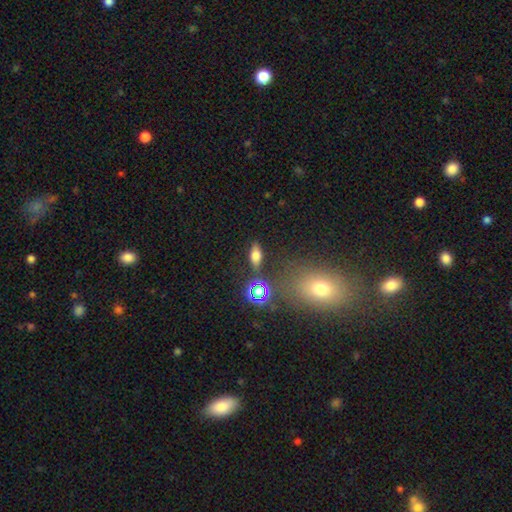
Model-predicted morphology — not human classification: The model was most divided on "smooth or featured": smooth: 59%, featured or disk: 24%, star or artifact: 18%. More confident: merging — none (82%); how rounded — in between (70%).